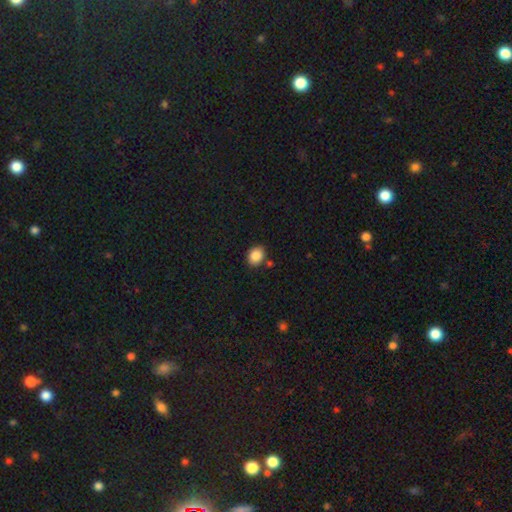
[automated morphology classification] smooth-or-featured: smooth: 87% | star or artifact: 9% | featured or disk: 4%
  how-rounded: round: 51% | in between: 48% | cigar-shaped: 1%
  merging: none: 81% | minor disturbance: 11% | merger: 6% | major disturbance: 3%